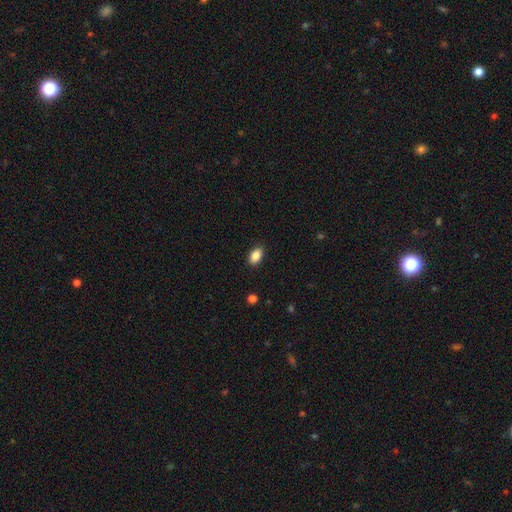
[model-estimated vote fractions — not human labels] This appears to be a smooth galaxy with no disk features (87%) that is in between round and cigar-shaped (90%). Merging: none (88%).